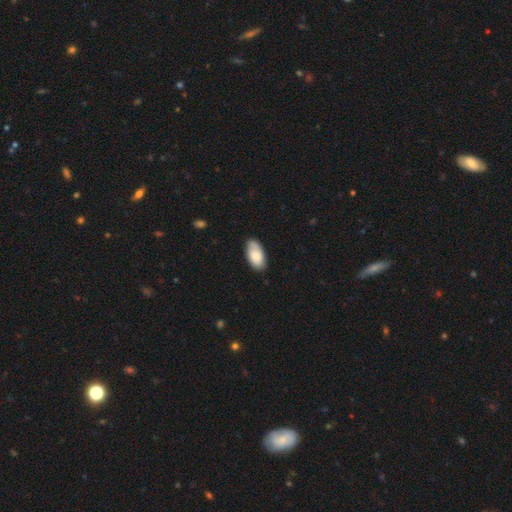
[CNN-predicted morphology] Q: Smooth or featured?
A: smooth (83%); runner-up: featured or disk (11%)
Q: How rounded?
A: in between (95%); runner-up: cigar-shaped (3%)
Q: Merging?
A: none (79%); runner-up: minor disturbance (17%)